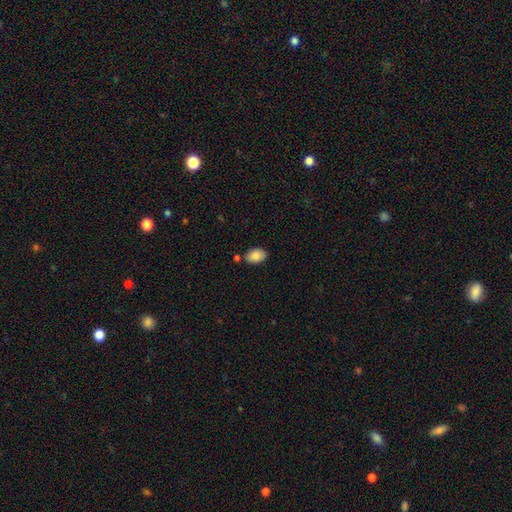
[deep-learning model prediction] Overall: smooth (86%). How rounded: in between (88%). Merging: none (77%).